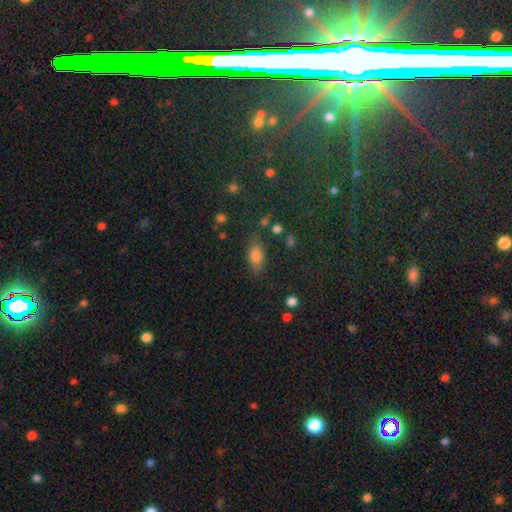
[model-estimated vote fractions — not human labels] Morphology: type=smooth (72%); roundness=in between (83%); merging=none (79%).